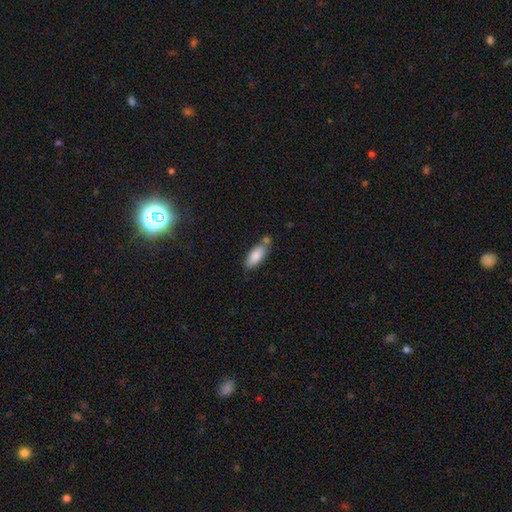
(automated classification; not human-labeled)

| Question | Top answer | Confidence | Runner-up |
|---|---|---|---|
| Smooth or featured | smooth | 84% | featured or disk (9%) |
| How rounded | in between | 77% | cigar-shaped (21%) |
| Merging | none | 58% | merger (19%) |